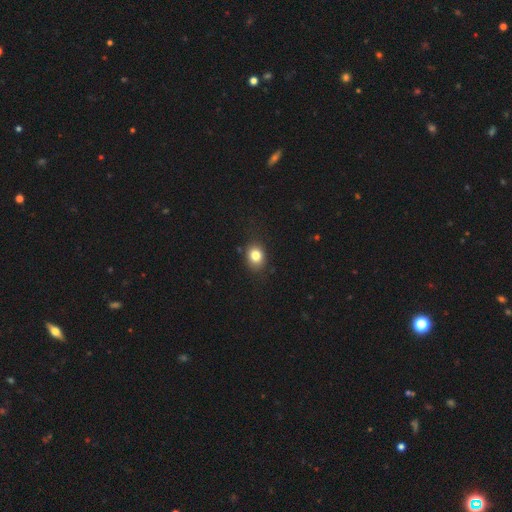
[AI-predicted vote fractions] Smooth or featured?
  - smooth: 81% *
  - star or artifact: 11%
  - featured or disk: 8%
How rounded?
  - round: 52% *
  - in between: 47%
  - cigar-shaped: 1%
Merging?
  - none: 82% *
  - minor disturbance: 13%
  - major disturbance: 3%
  - merger: 1%